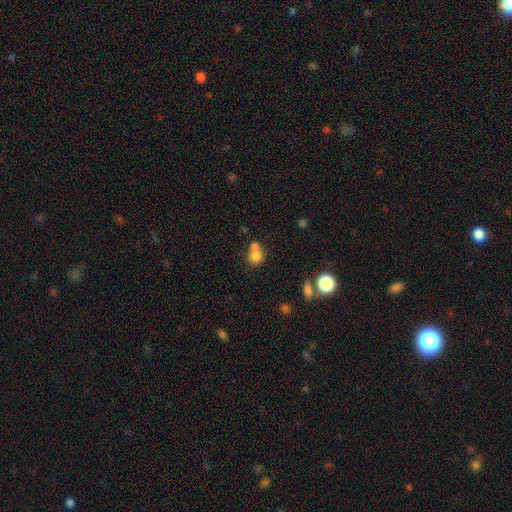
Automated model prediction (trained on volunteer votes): This is likely a smooth galaxy (78%). How rounded: likely round (79%). Merging: possibly merger (46%).